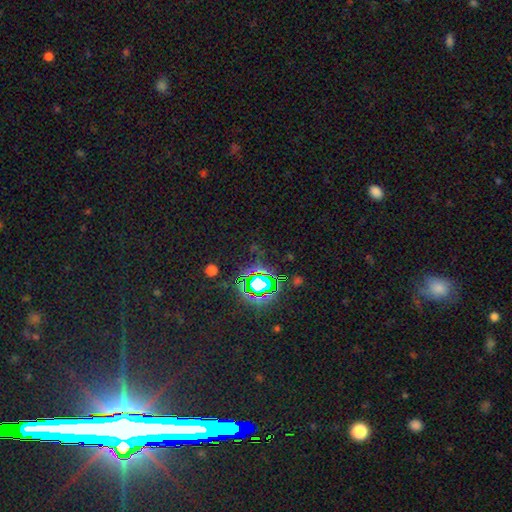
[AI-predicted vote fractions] Smooth or featured? star or artifact (80%)